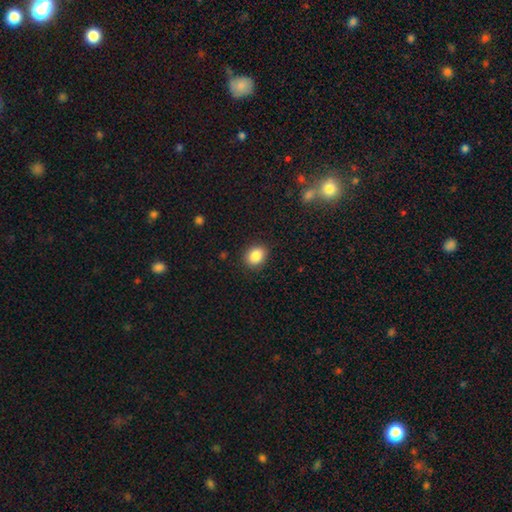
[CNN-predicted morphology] Smooth or featured: smooth — 87% (star or artifact — 9%)
How rounded: round — 54% (in between — 45%)
Merging: none — 89% (minor disturbance — 8%)